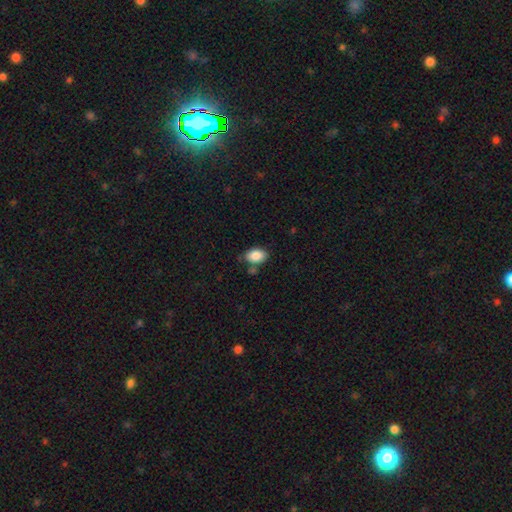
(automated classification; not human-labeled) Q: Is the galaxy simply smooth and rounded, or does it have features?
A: smooth — 87%.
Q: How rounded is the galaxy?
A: in between — 87%.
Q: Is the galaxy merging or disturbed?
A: none — 68%.